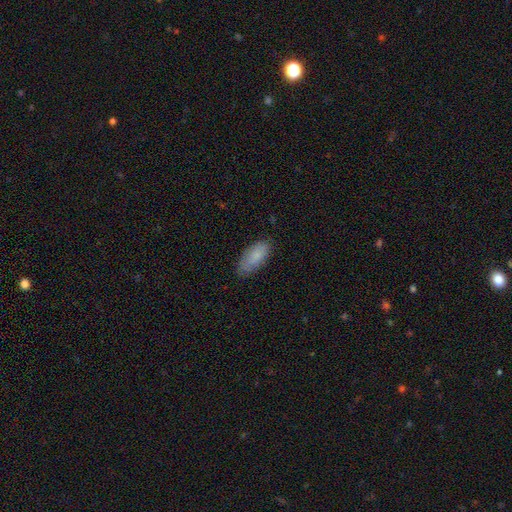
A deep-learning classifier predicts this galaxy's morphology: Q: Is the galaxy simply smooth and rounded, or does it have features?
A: smooth — 82%.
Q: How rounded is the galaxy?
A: in between — 85%.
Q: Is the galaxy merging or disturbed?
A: none — 77%.